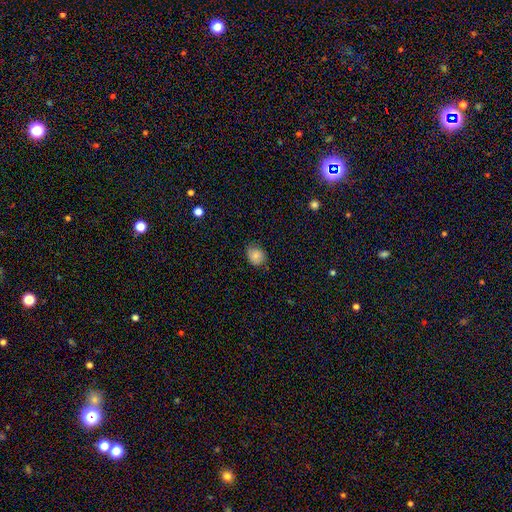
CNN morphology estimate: Overall: smooth (80%). How rounded: round (60%; in between 40%). Merging: none (71%).